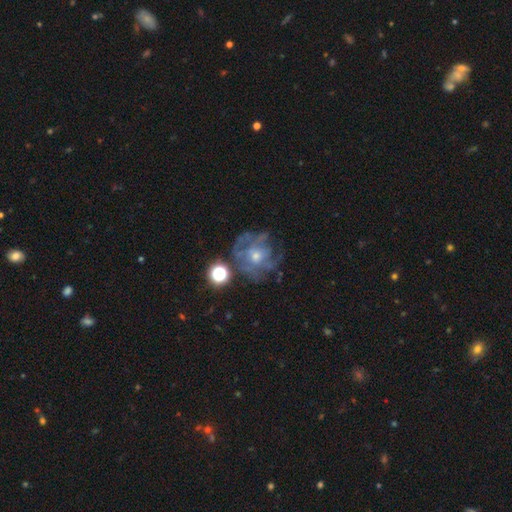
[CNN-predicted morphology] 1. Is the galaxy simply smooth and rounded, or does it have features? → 71% featured or disk, 16% smooth, 13% star or artifact.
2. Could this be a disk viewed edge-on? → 97% no, 3% yes.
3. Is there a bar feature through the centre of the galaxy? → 79% no, 17% weak, 4% strong.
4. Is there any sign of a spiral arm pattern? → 71% yes, 29% no.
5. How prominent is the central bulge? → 54% small, 39% moderate, 3% none, 2% large, 1% dominant.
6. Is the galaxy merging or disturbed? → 61% none, 18% minor disturbance, 15% major disturbance, 6% merger.